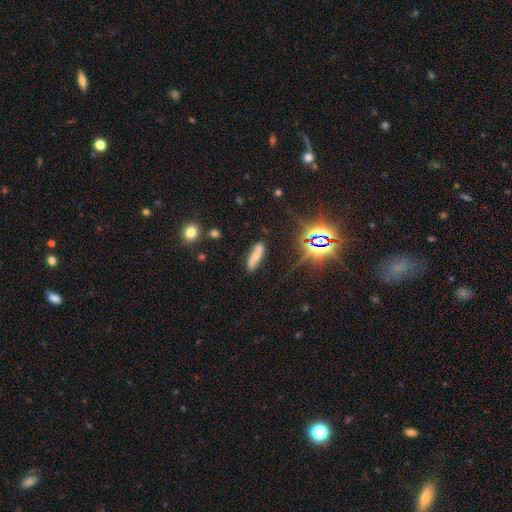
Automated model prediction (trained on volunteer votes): smooth-or-featured: smooth: 52% | featured or disk: 30% | star or artifact: 18%
  how-rounded: cigar-shaped: 66% | in between: 30% | round: 3%
  merging: none: 74% | minor disturbance: 16% | merger: 5% | major disturbance: 5%